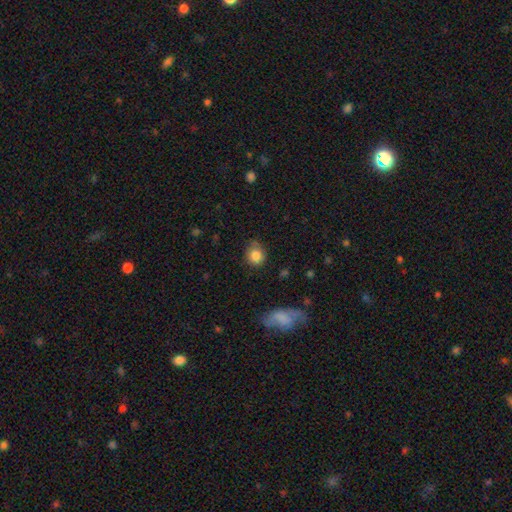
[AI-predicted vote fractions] Smooth or featured? Predicted: smooth (p=0.84). How rounded? Predicted: round (p=0.74). Merging? Predicted: none (p=0.69).